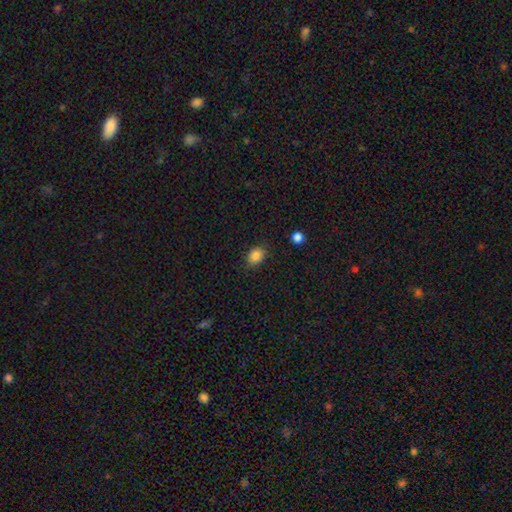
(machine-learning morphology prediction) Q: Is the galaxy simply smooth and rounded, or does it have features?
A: smooth — 85%.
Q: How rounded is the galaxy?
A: in between — 65%.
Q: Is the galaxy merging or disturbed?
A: none — 83%.